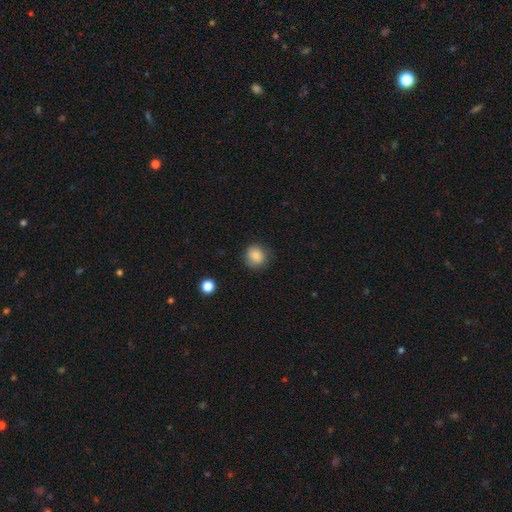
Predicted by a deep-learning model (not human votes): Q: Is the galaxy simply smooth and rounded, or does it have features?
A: smooth — 85%.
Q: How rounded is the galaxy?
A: round — 83%.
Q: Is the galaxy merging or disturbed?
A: none — 81%.